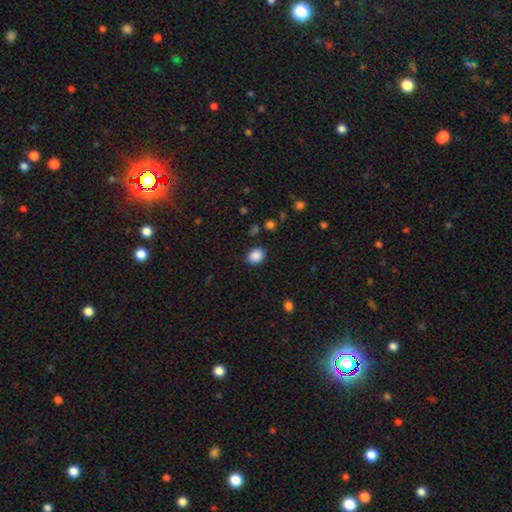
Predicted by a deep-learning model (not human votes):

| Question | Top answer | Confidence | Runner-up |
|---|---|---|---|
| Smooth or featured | smooth | 88% | star or artifact (9%) |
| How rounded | in between | 55% | round (44%) |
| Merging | none | 87% | minor disturbance (9%) |